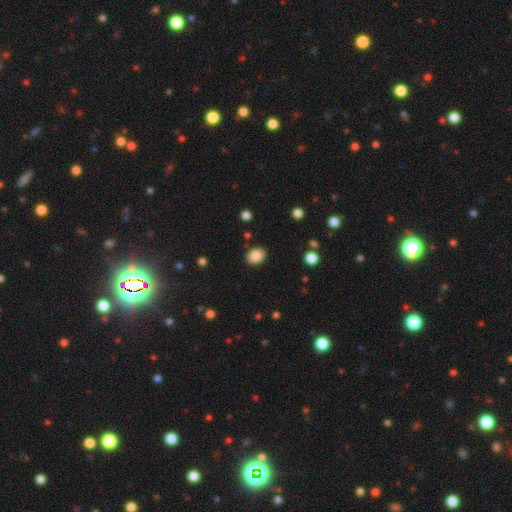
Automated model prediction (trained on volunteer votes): smooth_or_featured: smooth (p=0.87) [alt: star or artifact p=0.09]
how_rounded: in between (p=0.62) [alt: round p=0.37]
merging: none (p=0.87) [alt: minor disturbance p=0.09]